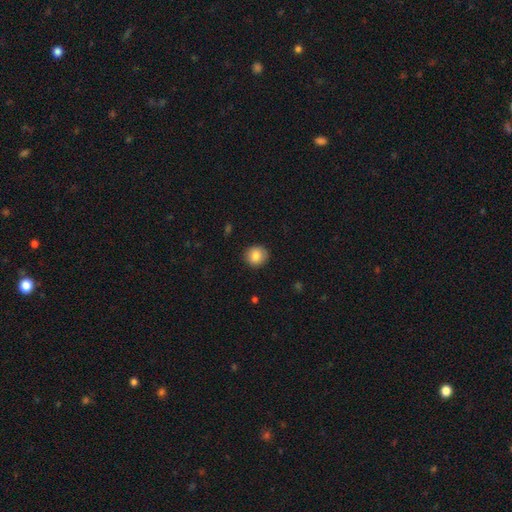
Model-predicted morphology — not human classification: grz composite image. It shows a smooth galaxy with no disk features (83%) that is round (89%). Merging: none (90%).